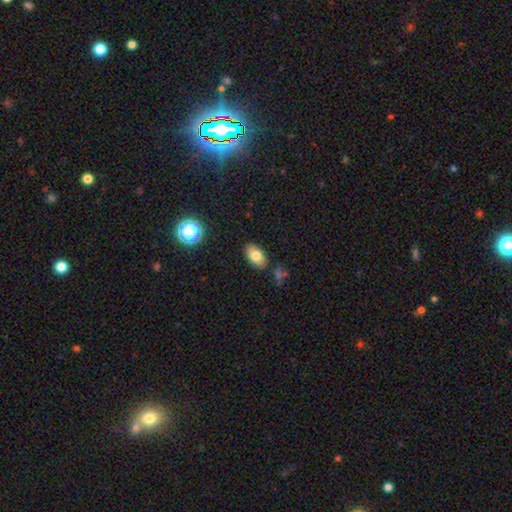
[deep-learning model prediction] Smooth or featured?
  - smooth: 77% *
  - featured or disk: 14%
  - star or artifact: 9%
How rounded?
  - in between: 91% *
  - round: 7%
  - cigar-shaped: 2%
Merging?
  - none: 83% *
  - minor disturbance: 11%
  - merger: 3%
  - major disturbance: 3%